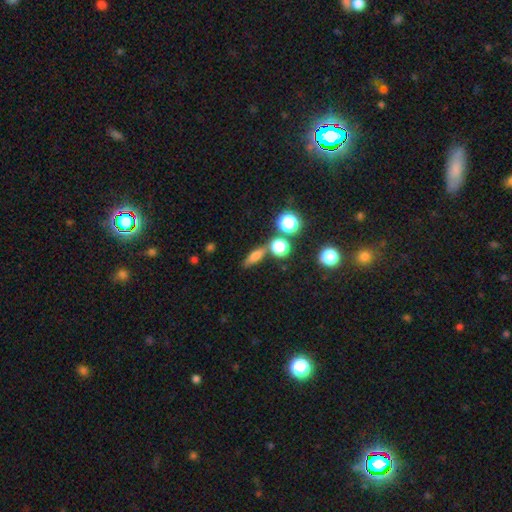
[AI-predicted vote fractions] Morphology: type=smooth (65%); roundness=cigar-shaped (43%); merging=none (69%).